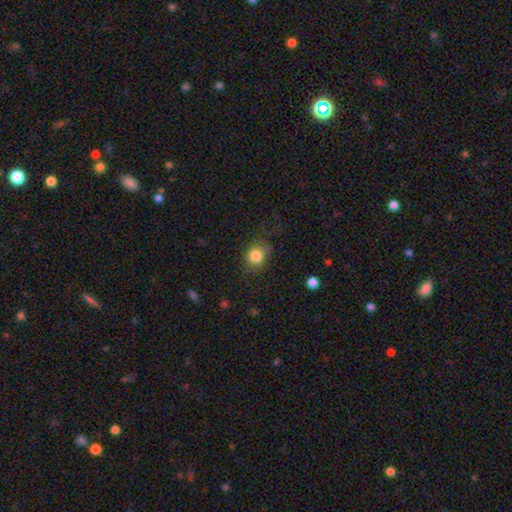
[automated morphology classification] type=smooth (84%); roundness=round (73%); merging=none (71%).